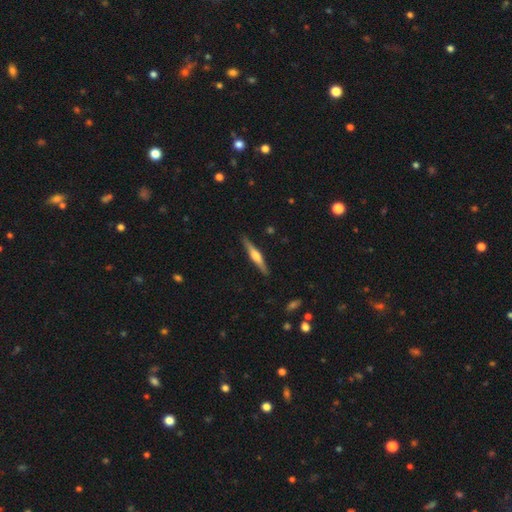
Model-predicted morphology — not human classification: Q: Smooth or featured?
A: featured or disk (62%); runner-up: smooth (32%)
Q: Edge-on disk?
A: yes (97%); runner-up: no (3%)
Q: Edge-on bulge?
A: rounded (83%); runner-up: boxy (10%)
Q: Merging?
A: none (90%); runner-up: minor disturbance (8%)